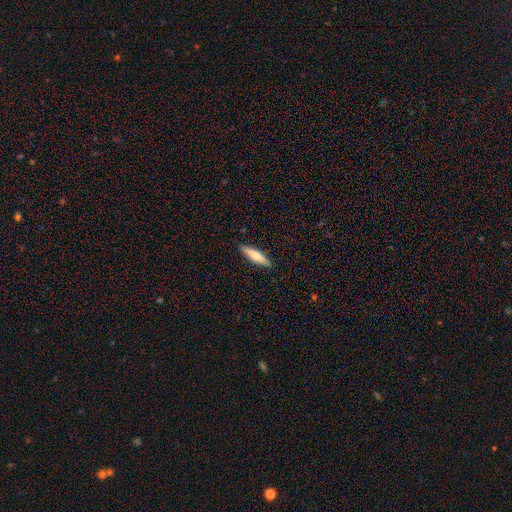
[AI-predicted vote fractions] Smooth or featured?
  - smooth: 65% *
  - featured or disk: 30%
  - star or artifact: 5%
How rounded?
  - cigar-shaped: 78% *
  - in between: 21%
  - round: 1%
Merging?
  - none: 90% *
  - minor disturbance: 8%
  - major disturbance: 2%
  - merger: 1%